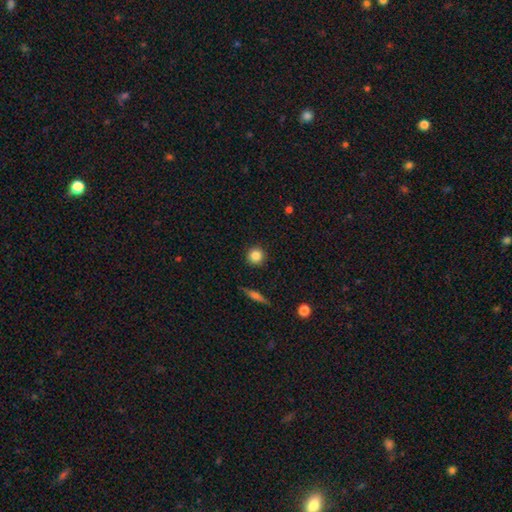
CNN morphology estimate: This is clearly a smooth galaxy (83%). How rounded: clearly round (94%). Merging: clearly none (91%).